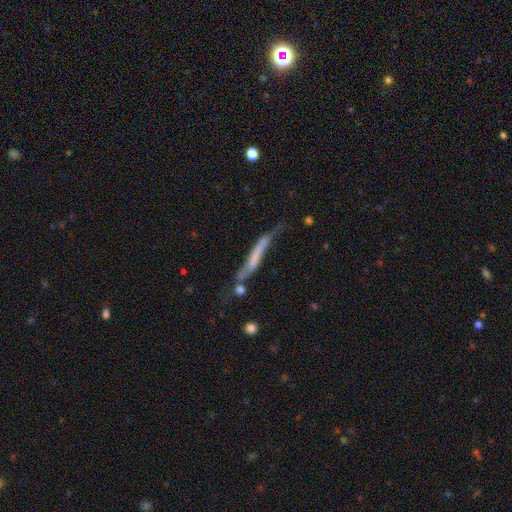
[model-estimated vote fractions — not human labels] This is possibly a featured or disk galaxy (51%). It is likely viewed edge-on (73%). Merging: marginally none (39%).